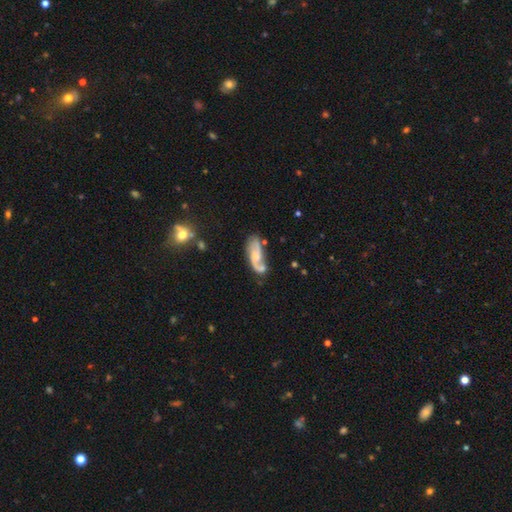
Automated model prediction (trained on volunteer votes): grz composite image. It shows a featured or disk galaxy (72%) with no bar (54%), 2 (81%) loose (44%) spiral arms (91%) and a moderate central bulge (37%). Merging: none (51%).